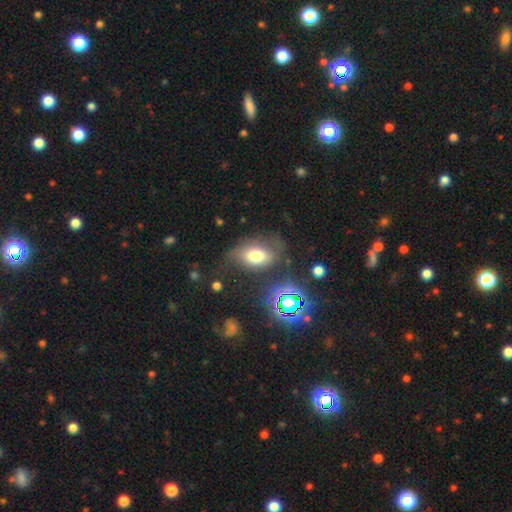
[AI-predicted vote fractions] Overall: smooth (65%). How rounded: in between (83%). Merging: none (47%; minor disturbance 27%).